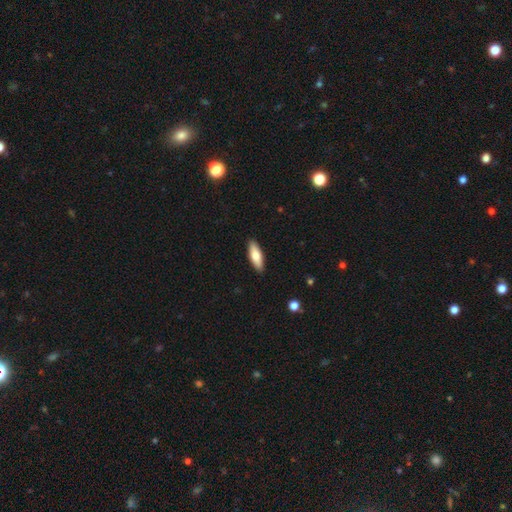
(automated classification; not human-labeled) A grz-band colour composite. It shows a smooth galaxy with no disk features (73%) that is in between round and cigar-shaped (57%). Merging: none (90%).